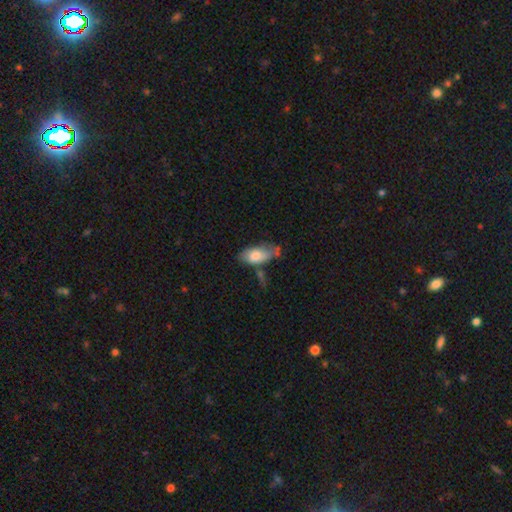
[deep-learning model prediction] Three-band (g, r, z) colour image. It shows a smooth galaxy with no disk features (75%) that is in between round and cigar-shaped (90%). Merging: none (44%).